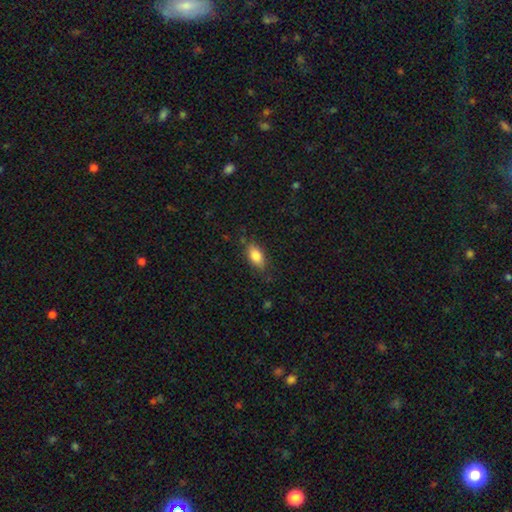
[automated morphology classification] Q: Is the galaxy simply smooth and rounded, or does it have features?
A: smooth — 82%.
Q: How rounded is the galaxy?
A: in between — 87%.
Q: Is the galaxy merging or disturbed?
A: none — 78%.